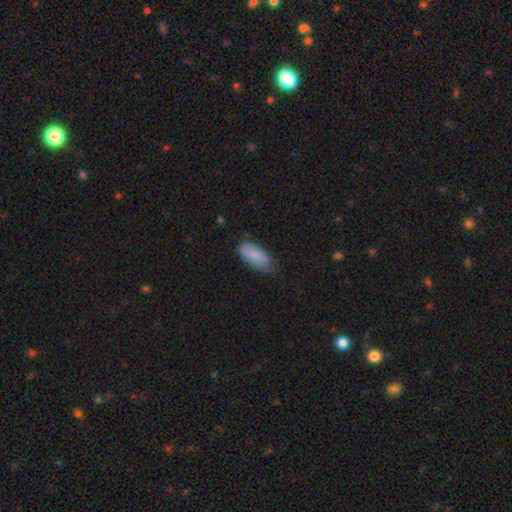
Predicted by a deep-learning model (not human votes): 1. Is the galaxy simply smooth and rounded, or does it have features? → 84% smooth, 9% featured or disk, 6% star or artifact.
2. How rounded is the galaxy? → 88% in between, 10% cigar-shaped, 2% round.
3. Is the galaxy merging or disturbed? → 59% none, 33% minor disturbance, 6% major disturbance, 2% merger.